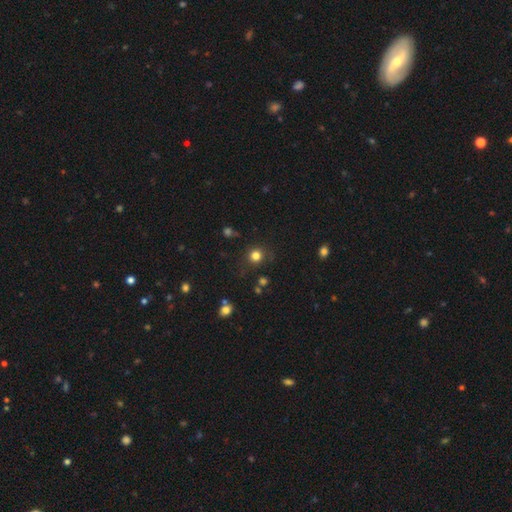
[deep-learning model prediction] This is likely a smooth galaxy (80%). How rounded: clearly round (92%). Merging: clearly none (84%).